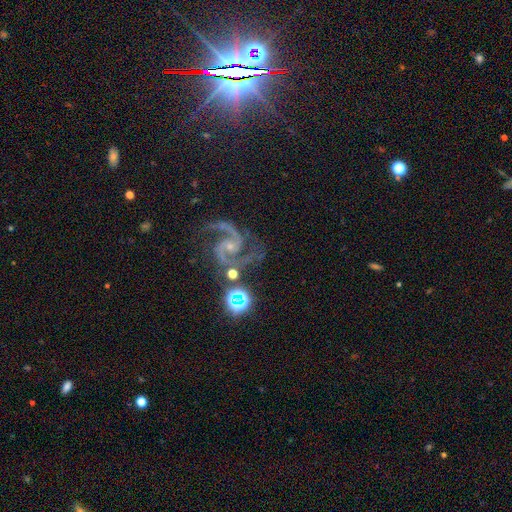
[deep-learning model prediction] A featured or disk galaxy (85%) with no bar (44%), 2 (88%) medium (59%) spiral arms (98%) and a small central bulge (69%). Merging: none (66%).